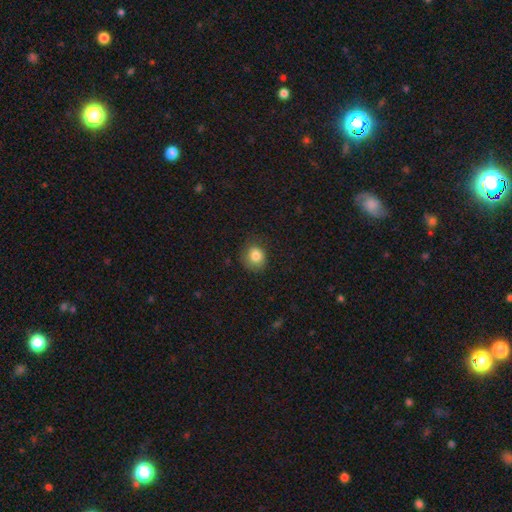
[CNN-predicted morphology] smooth_or_featured: smooth (p=0.83) [alt: star or artifact p=0.10]
how_rounded: round (p=0.72) [alt: in between p=0.27]
merging: none (p=0.73) [alt: minor disturbance p=0.20]